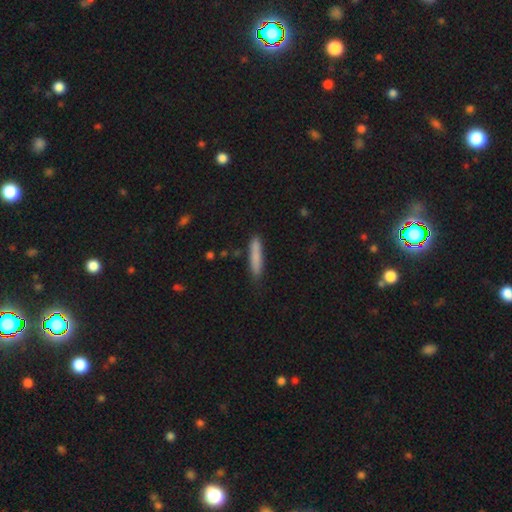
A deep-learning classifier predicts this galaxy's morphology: Smooth or featured?
  - smooth: 82% *
  - featured or disk: 11%
  - star or artifact: 6%
How rounded?
  - cigar-shaped: 88% *
  - in between: 10%
  - round: 1%
Merging?
  - none: 81% *
  - minor disturbance: 14%
  - major disturbance: 3%
  - merger: 2%